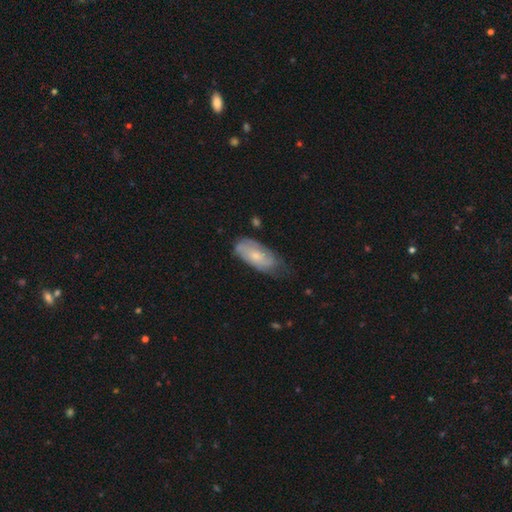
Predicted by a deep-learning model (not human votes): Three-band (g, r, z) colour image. It shows a smooth galaxy with no disk features (49%). Merging: none (51%).